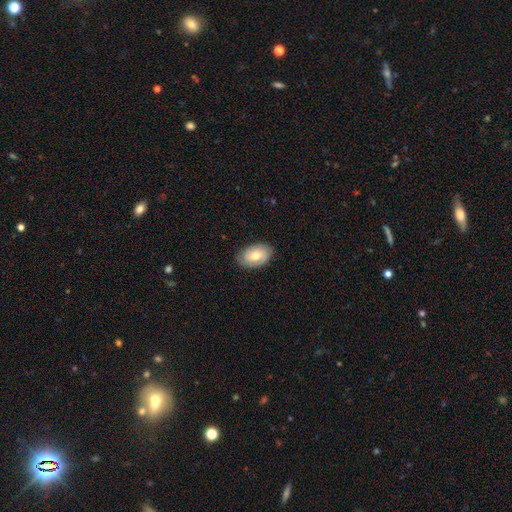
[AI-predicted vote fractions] A smooth galaxy with no disk features (57%) that is in between round and cigar-shaped (89%). Merging: none (80%).